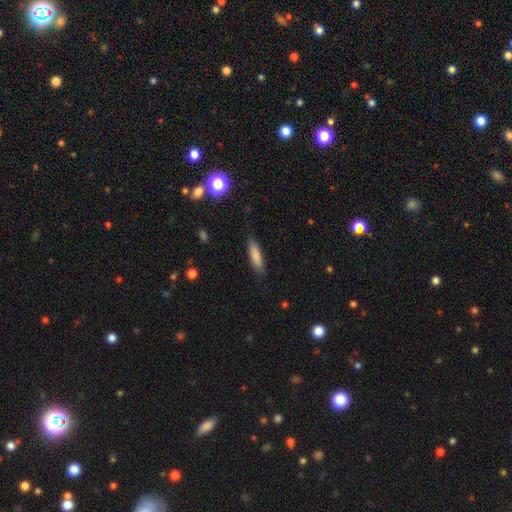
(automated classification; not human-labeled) A smooth galaxy with no disk features (83%) that is cigar-shaped (63%).

Vote fractions:
- Smooth or featured? smooth: 83% / featured or disk: 10% / star or artifact: 7%
- How rounded? cigar-shaped: 63% / in between: 35% / round: 2%
- Merging? none: 85% / minor disturbance: 11% / major disturbance: 2% / merger: 1%